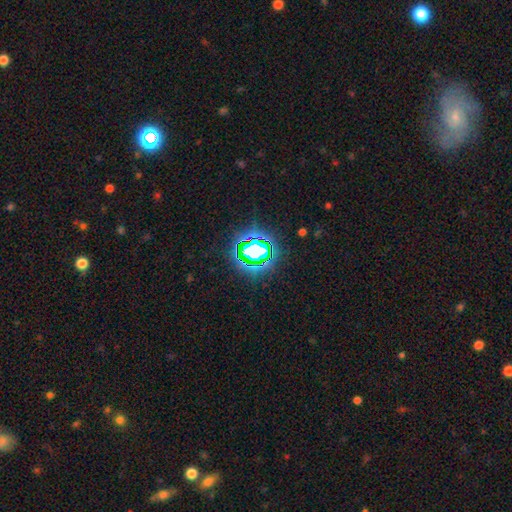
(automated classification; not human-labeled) The model was most divided on "smooth or featured": star or artifact: 69%, smooth: 19%, featured or disk: 12%.